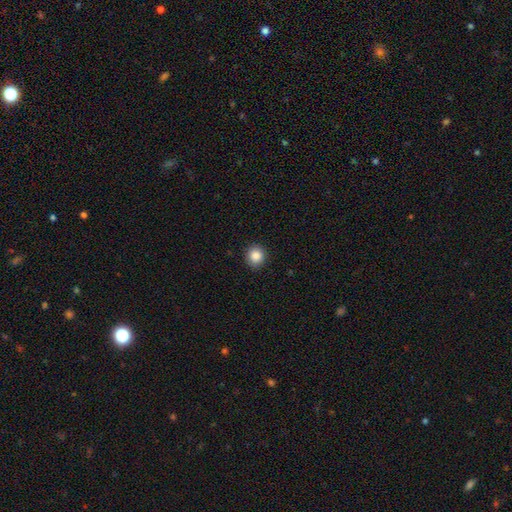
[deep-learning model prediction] The model was most divided on "smooth or featured": smooth: 87%, star or artifact: 10%, featured or disk: 3%. More confident: merging — none (91%); how rounded — round (90%).